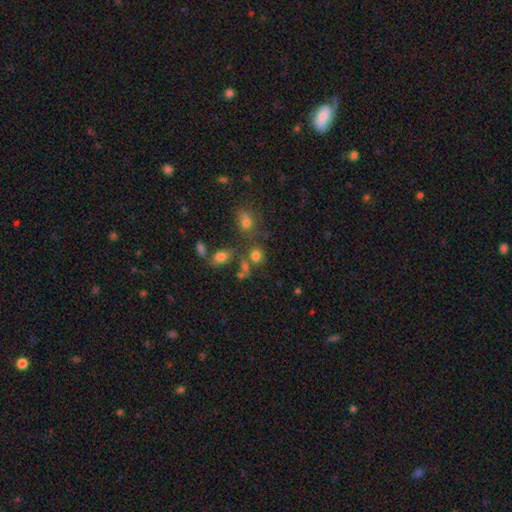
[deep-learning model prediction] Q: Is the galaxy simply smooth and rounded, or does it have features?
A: smooth — 75%.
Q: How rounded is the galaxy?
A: round — 67%.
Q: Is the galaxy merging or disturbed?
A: none — 59%.